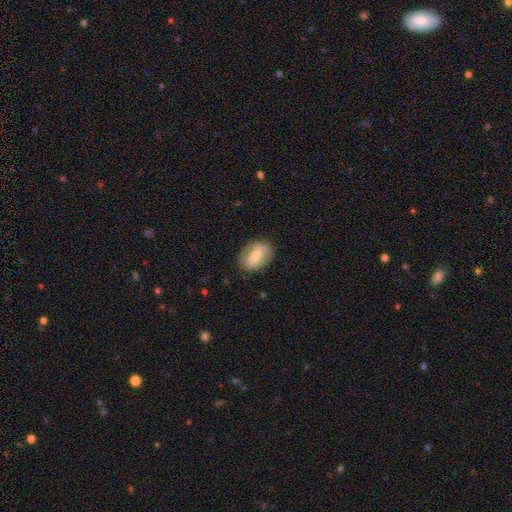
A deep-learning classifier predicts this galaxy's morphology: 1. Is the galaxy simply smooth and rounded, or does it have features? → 52% featured or disk, 41% smooth, 7% star or artifact.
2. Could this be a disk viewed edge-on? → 88% no, 12% yes.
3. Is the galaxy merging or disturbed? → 81% none, 14% minor disturbance, 4% major disturbance, 1% merger.